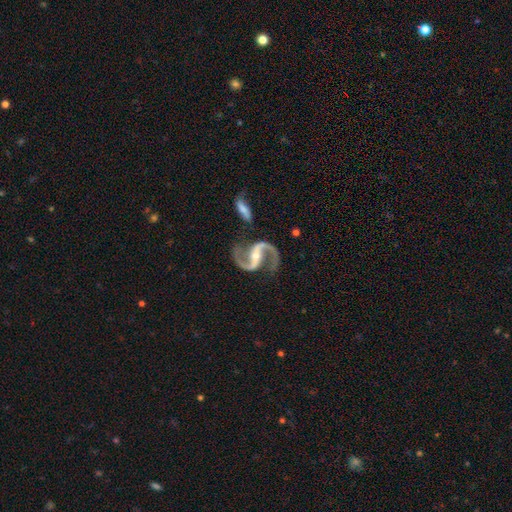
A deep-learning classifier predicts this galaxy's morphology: Smooth or featured: featured or disk — 94% (star or artifact — 4%)
Edge-on disk: no — 98% (yes — 2%)
Bar: strong — 54% (weak — 29%)
Spiral arms: yes — 98% (no — 2%)
Spiral winding: medium — 51% (loose — 41%)
Spiral arm count: 2 — 95% (1 — 1%)
Bulge size: small — 55% (moderate — 41%)
Merging: none — 76% (minor disturbance — 12%)